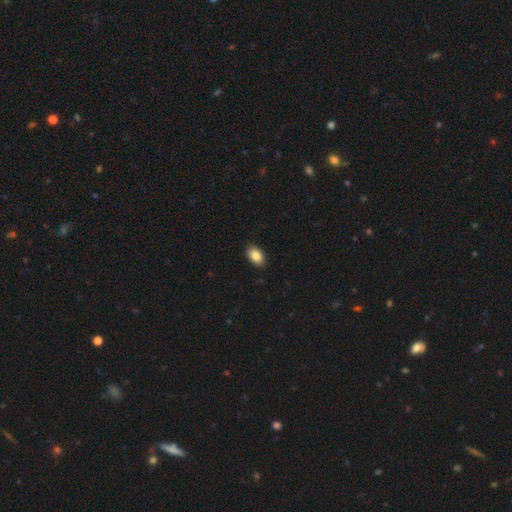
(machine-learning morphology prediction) Smooth or featured? Predicted: smooth (p=0.85). How rounded? Predicted: in between (p=0.90). Merging? Predicted: none (p=0.90).